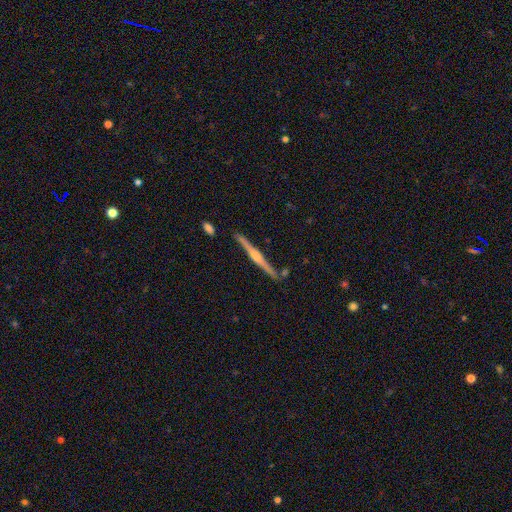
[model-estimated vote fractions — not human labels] Smooth or featured: featured or disk — 78% (smooth — 17%)
Edge-on disk: yes — 98% (no — 2%)
Edge-on bulge: rounded — 72% (boxy — 18%)
Merging: none — 87% (minor disturbance — 9%)